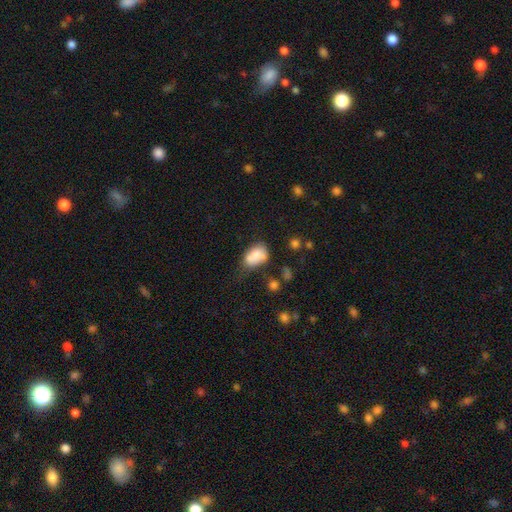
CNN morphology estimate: Smooth or featured? smooth (72%)
How rounded? in between (76%)
Merging? none (32%)